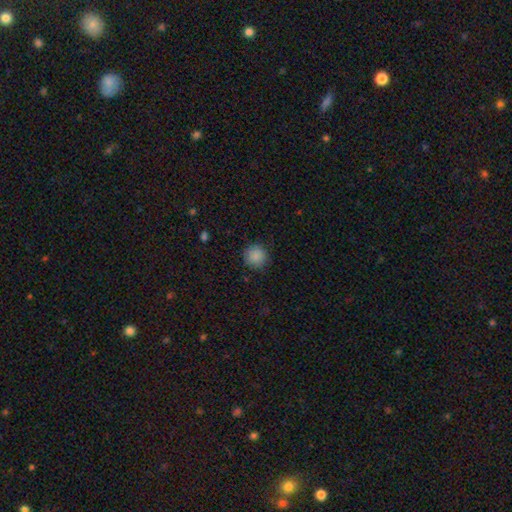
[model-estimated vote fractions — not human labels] Q: Smooth or featured?
A: smooth (88%); runner-up: star or artifact (9%)
Q: How rounded?
A: round (94%); runner-up: in between (5%)
Q: Merging?
A: none (89%); runner-up: minor disturbance (8%)